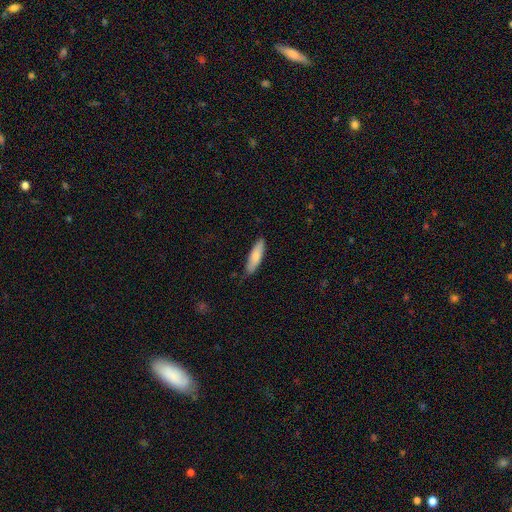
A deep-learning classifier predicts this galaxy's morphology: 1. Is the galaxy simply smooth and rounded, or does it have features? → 81% smooth, 13% featured or disk, 6% star or artifact.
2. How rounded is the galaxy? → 61% cigar-shaped, 37% in between, 1% round.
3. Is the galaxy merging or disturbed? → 82% none, 15% minor disturbance, 2% major disturbance, 1% merger.